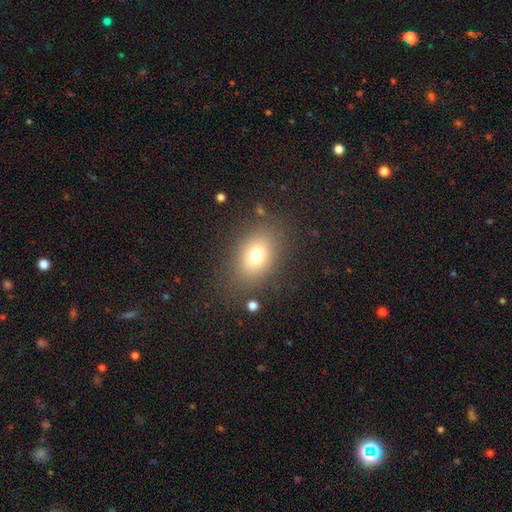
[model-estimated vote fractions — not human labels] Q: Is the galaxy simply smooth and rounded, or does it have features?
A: smooth — 73%.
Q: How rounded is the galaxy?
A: in between — 73%.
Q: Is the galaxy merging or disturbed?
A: none — 80%.